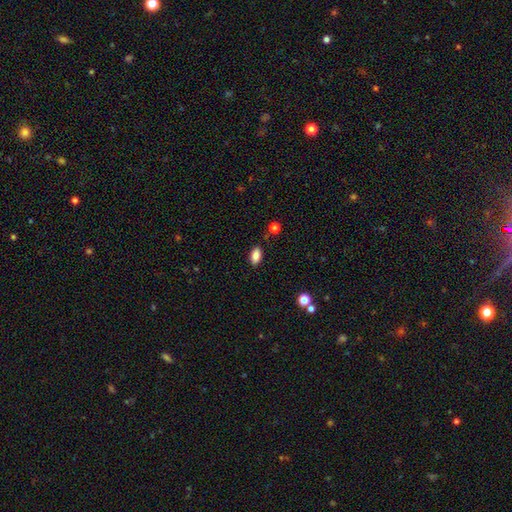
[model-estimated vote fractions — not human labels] Overall: smooth (86%). How rounded: in between (91%). Merging: none (84%).